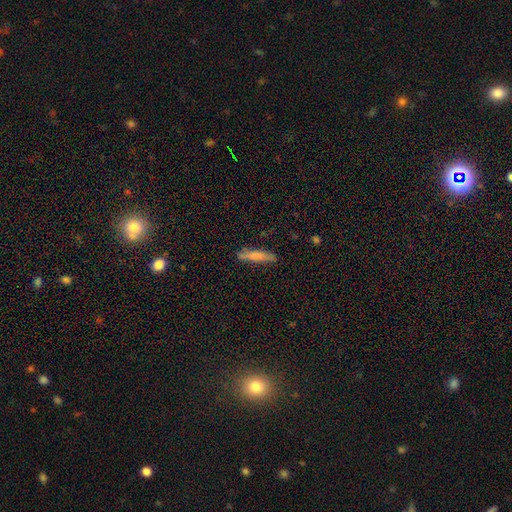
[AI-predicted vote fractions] The model was most divided on "smooth or featured": smooth: 72%, featured or disk: 21%, star or artifact: 6%. More confident: how rounded — cigar-shaped (87%); merging — none (82%).